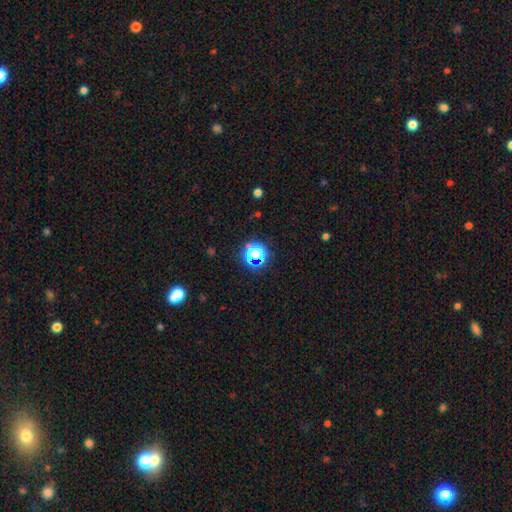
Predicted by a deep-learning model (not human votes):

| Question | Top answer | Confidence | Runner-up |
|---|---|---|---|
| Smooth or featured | star or artifact | 52% | smooth (39%) |